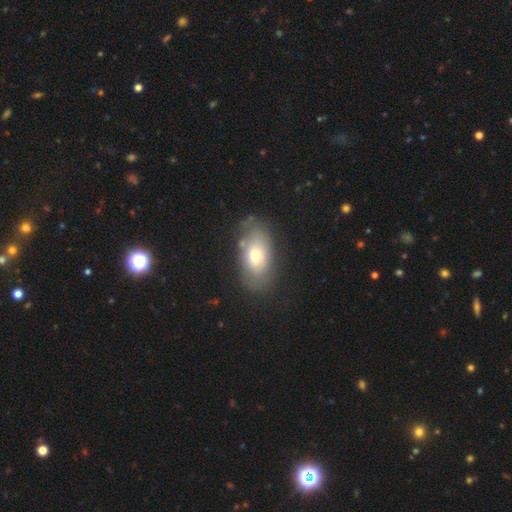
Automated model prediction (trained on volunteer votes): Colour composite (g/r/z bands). It shows a smooth galaxy with no disk features (66%) that is in between round and cigar-shaped (90%). Merging: none (72%).